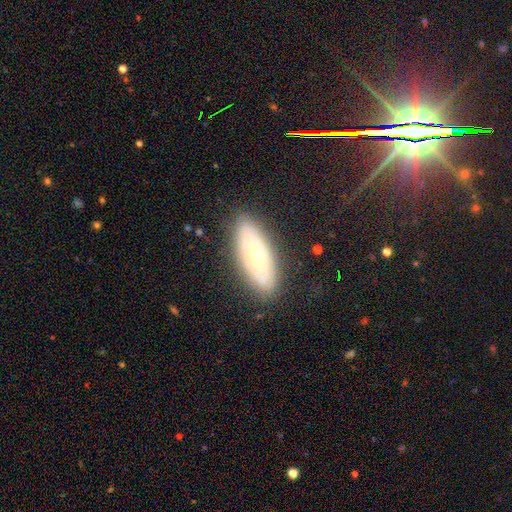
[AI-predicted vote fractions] Morphology: type=featured or disk (51%); edge-on=no (69%); merging=none (84%).